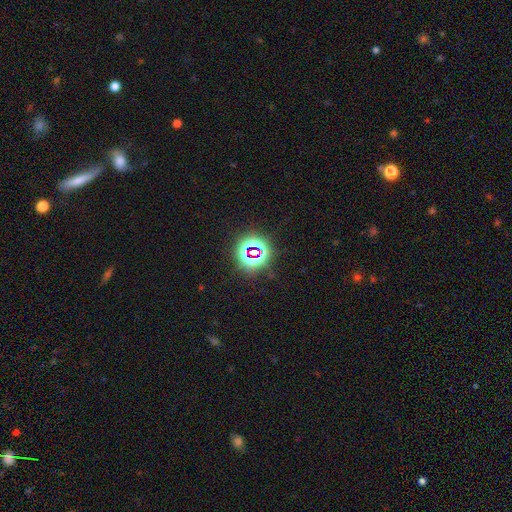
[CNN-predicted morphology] Smooth or featured? star or artifact (73%)